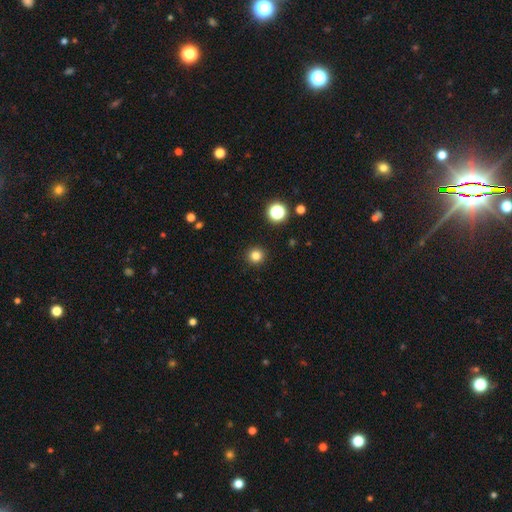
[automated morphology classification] smooth_or_featured: smooth (p=0.83) [alt: star or artifact p=0.13]
how_rounded: round (p=0.95) [alt: in between p=0.04]
merging: none (p=0.93) [alt: minor disturbance p=0.04]